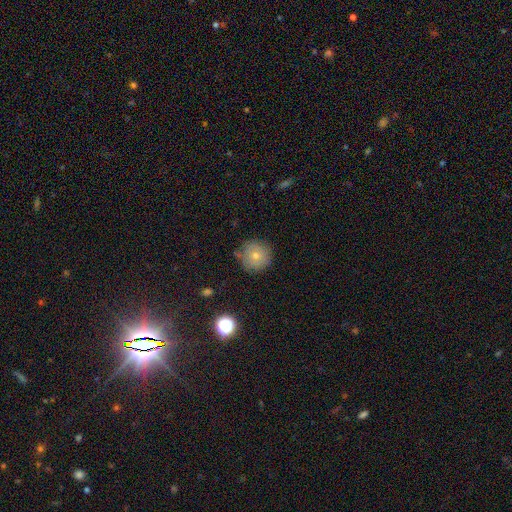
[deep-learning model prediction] Smooth or featured? Predicted: smooth (p=0.70). How rounded? Predicted: round (p=0.94). Merging? Predicted: none (p=0.79).